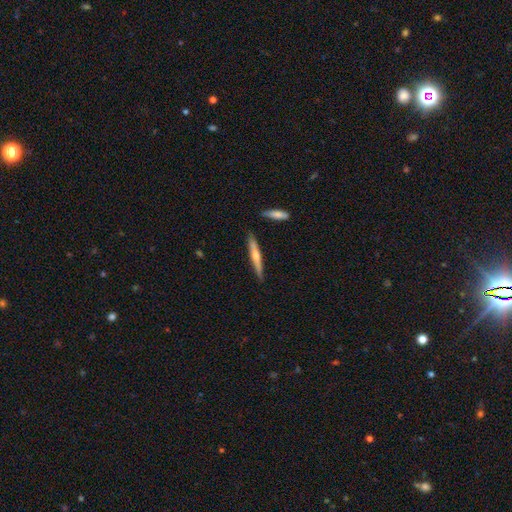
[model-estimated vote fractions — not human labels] smooth-or-featured: smooth: 48% | featured or disk: 47% | star or artifact: 5%
  merging: none: 84% | minor disturbance: 11% | merger: 3% | major disturbance: 2%